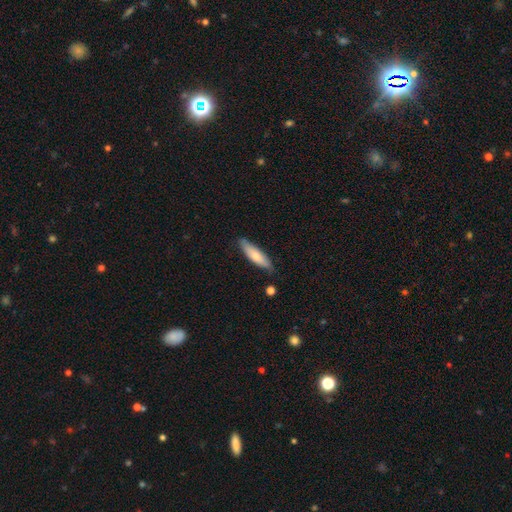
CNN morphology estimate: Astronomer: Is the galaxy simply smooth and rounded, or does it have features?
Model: smooth — 75%.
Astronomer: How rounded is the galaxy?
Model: cigar-shaped — 66%.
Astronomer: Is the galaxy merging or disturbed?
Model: none — 78%.